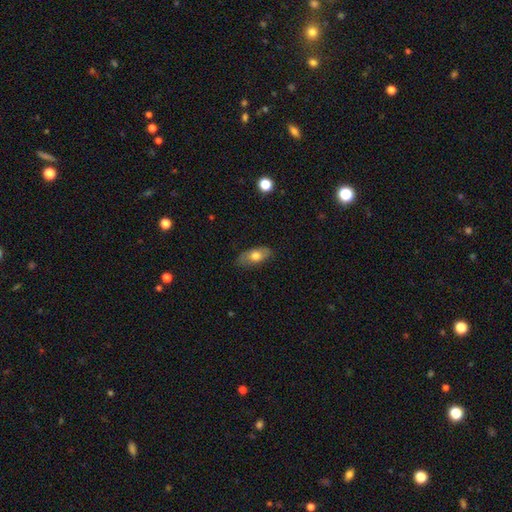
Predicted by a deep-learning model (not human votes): A smooth galaxy with no disk features (65%) that is in between round and cigar-shaped (88%). Merging: none (79%).